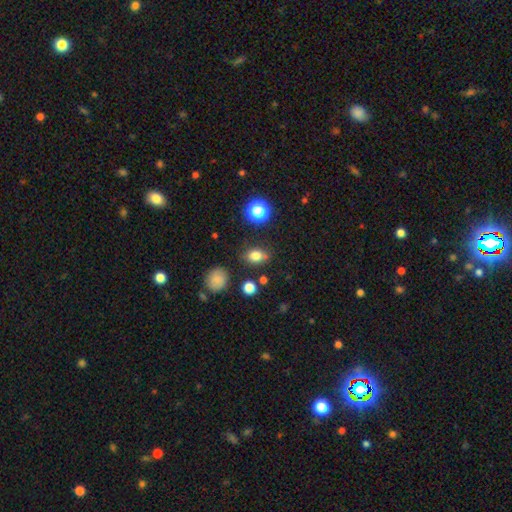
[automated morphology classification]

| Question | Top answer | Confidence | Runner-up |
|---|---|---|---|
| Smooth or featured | smooth | 78% | star or artifact (14%) |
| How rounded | in between | 72% | round (26%) |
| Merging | none | 76% | minor disturbance (15%) |